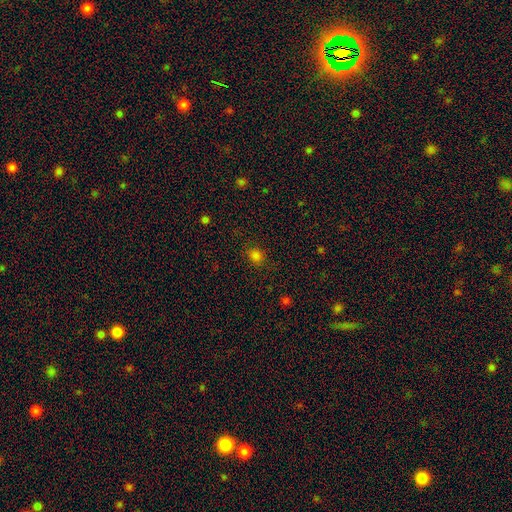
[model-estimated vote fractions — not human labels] Q: Smooth or featured?
A: smooth (79%); runner-up: star or artifact (17%)
Q: How rounded?
A: round (62%); runner-up: in between (37%)
Q: Merging?
A: none (82%); runner-up: minor disturbance (12%)